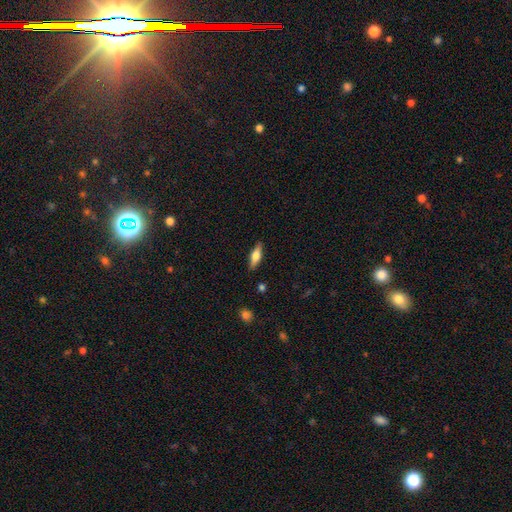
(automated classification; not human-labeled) Overall: smooth (55%; featured or disk 38%). How rounded: in between (51%; cigar-shaped 46%). Merging: none (87%).